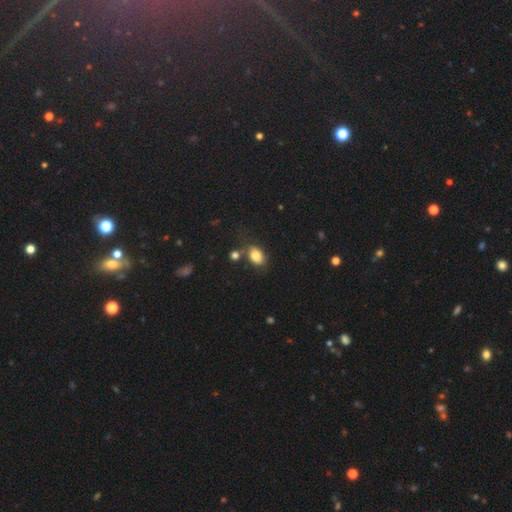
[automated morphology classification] Q: Smooth or featured?
A: smooth (82%); runner-up: star or artifact (9%)
Q: How rounded?
A: in between (78%); runner-up: round (21%)
Q: Merging?
A: none (66%); runner-up: minor disturbance (16%)